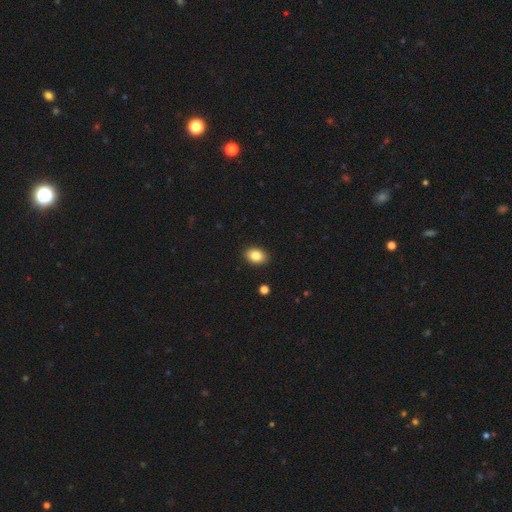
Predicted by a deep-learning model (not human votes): Smooth or featured? Predicted: smooth (p=0.85). How rounded? Predicted: in between (p=0.82). Merging? Predicted: none (p=0.90).